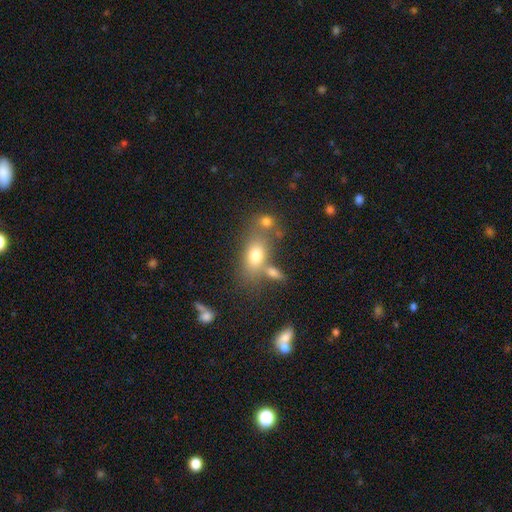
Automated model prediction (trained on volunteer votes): Q: Smooth or featured?
A: smooth (73%); runner-up: featured or disk (16%)
Q: How rounded?
A: in between (79%); runner-up: round (15%)
Q: Merging?
A: none (53%); runner-up: merger (26%)